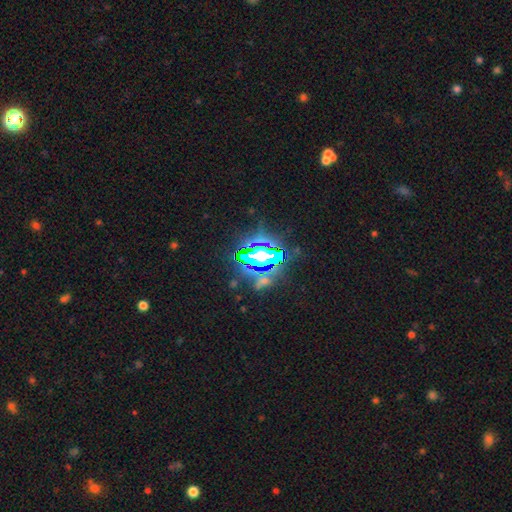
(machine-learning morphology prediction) Overall: star or artifact (71%).